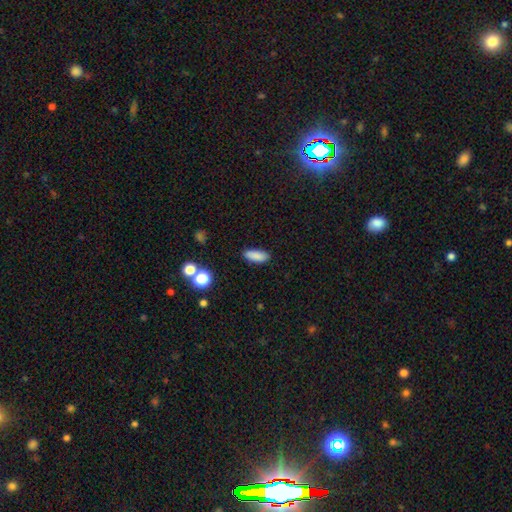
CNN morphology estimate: Smooth or featured? smooth (86%)
How rounded? in between (67%)
Merging? none (87%)